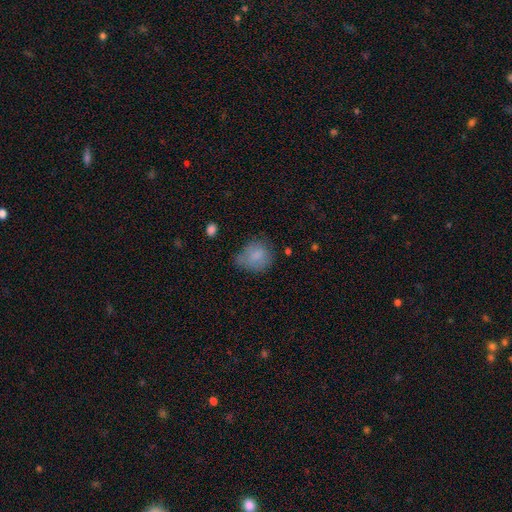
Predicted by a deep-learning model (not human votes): Morphology: type=smooth (79%); roundness=round (63%); merging=none (52%).